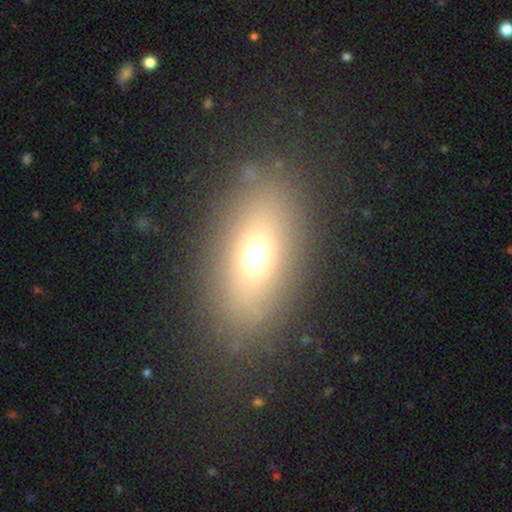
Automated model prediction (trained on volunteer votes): A smooth galaxy with no disk features (64%) that is in between round and cigar-shaped (78%). Merging: none (84%).